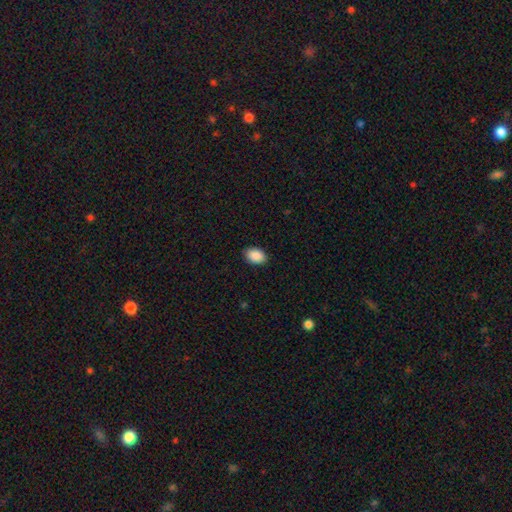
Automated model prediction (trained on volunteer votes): Smooth or featured? Predicted: smooth (p=0.90). How rounded? Predicted: in between (p=0.87). Merging? Predicted: none (p=0.88).